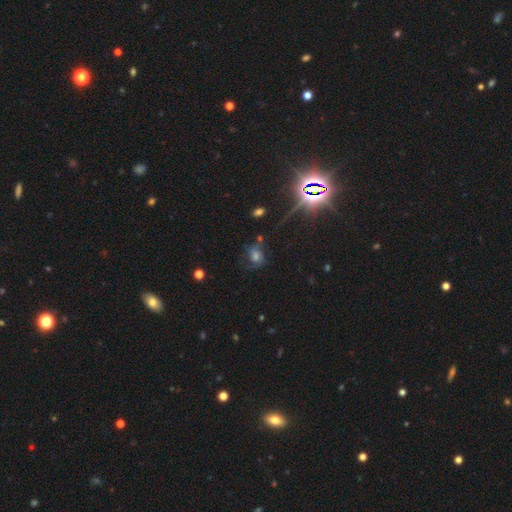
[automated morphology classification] A featured or disk galaxy (35%).

Vote fractions:
- Smooth or featured? featured or disk: 35% / star or artifact: 34% / smooth: 31%
- Merging? none: 54% / minor disturbance: 21% / major disturbance: 18% / merger: 6%